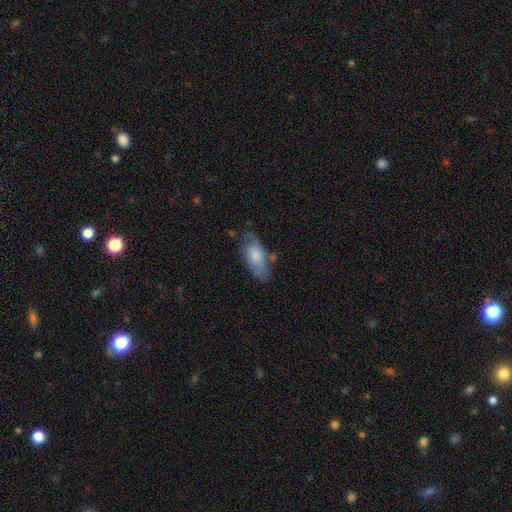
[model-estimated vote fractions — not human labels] Smooth or featured? smooth (68%)
How rounded? in between (87%)
Merging? none (56%)